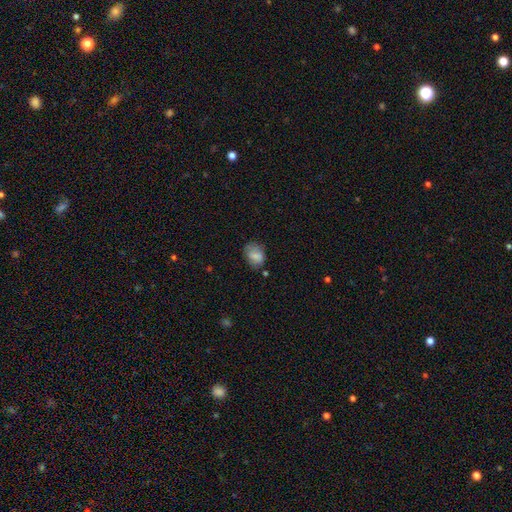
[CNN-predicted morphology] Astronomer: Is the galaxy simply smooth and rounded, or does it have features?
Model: smooth — 77%.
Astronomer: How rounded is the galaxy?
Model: in between — 69%.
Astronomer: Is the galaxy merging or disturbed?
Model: none — 62%.